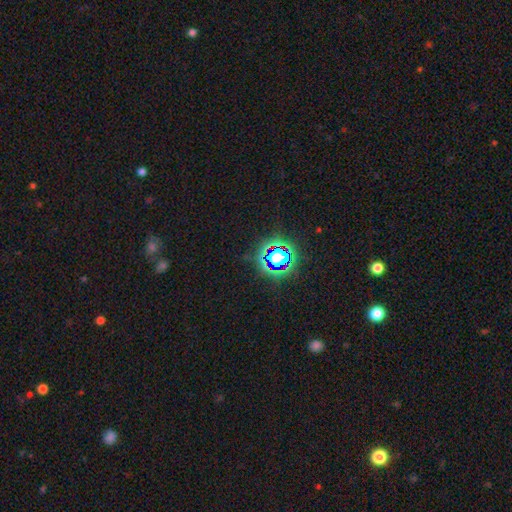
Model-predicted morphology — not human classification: This appears to be a star or artifact, not a galaxy (79%).